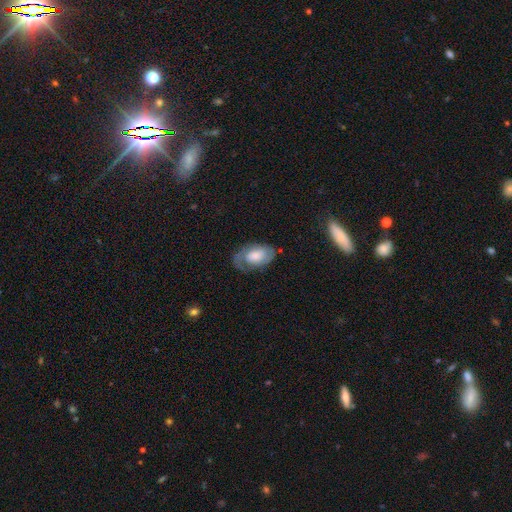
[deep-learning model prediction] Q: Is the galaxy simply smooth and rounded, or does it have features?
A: featured or disk — 49%.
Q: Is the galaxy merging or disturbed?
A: none — 56%.